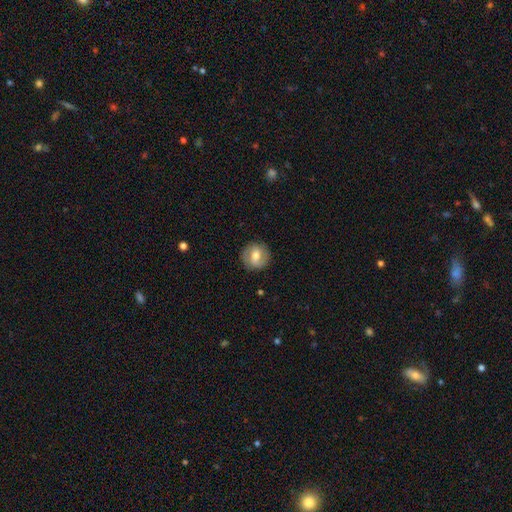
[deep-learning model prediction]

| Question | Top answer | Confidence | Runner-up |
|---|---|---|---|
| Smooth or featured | smooth | 53% | featured or disk (40%) |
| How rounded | round | 88% | in between (11%) |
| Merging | none | 86% | minor disturbance (10%) |